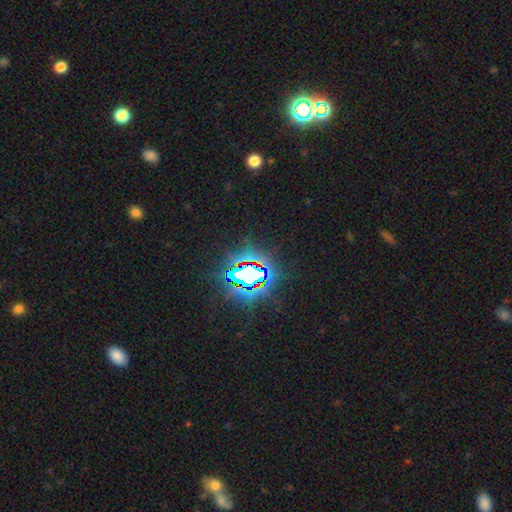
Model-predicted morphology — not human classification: type=star or artifact (81%).